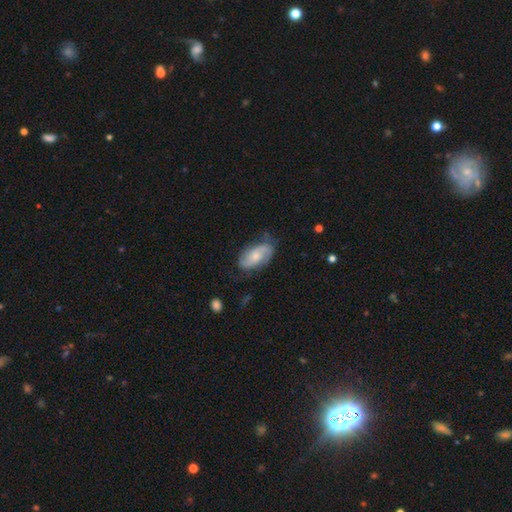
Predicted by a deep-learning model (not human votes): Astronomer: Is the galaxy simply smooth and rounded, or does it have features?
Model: featured or disk — 69%.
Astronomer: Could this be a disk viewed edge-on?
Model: no — 96%.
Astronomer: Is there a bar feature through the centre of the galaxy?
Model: no — 61%.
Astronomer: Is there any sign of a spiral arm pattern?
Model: yes — 93%.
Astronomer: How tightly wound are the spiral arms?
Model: medium — 44% (runner-up: loose, 31%).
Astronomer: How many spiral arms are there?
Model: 2 — 85%.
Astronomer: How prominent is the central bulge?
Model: small — 47% (runner-up: moderate, 41%).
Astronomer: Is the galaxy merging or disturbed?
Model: none — 69%.